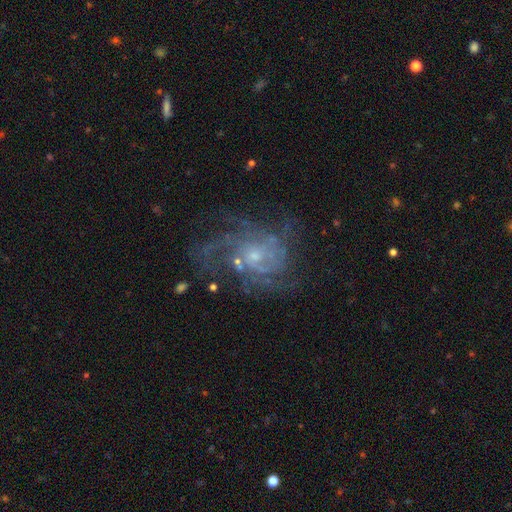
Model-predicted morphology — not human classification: A featured or disk galaxy (82%) with no bar (74%), tight (45%) spiral arms (90%) and a small central bulge (66%).

Vote fractions:
- Smooth or featured? featured or disk: 82% / star or artifact: 10% / smooth: 8%
- Edge-on disk? no: 98% / yes: 2%
- Bar? no: 74% / weak: 22% / strong: 3%
- Spiral arms? yes: 90% / no: 10%
- Spiral winding? tight: 45% / medium: 39% / loose: 16%
- Spiral arm count? can't tell: 35% / 4: 20% / 3: 18% / 2: 11% / more than 4: 9% / 1: 6%
- Bulge size? small: 66% / moderate: 25% / none: 6% / large: 2% / dominant: 1%
- Merging? none: 59% / major disturbance: 19% / minor disturbance: 17% / merger: 4%